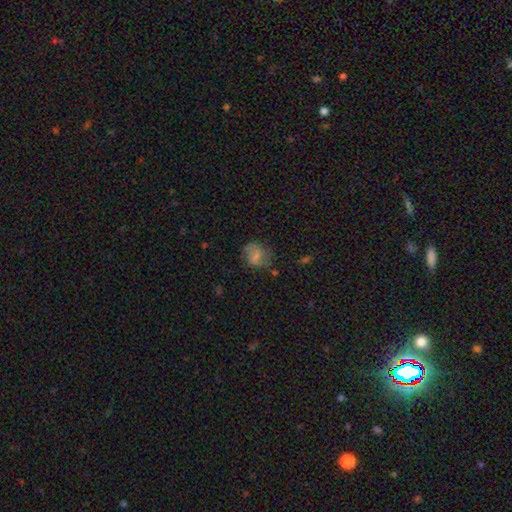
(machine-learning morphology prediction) smooth-or-featured: smooth: 61% | featured or disk: 28% | star or artifact: 11%
  how-rounded: round: 52% | in between: 47% | cigar-shaped: 1%
  merging: none: 57% | minor disturbance: 25% | major disturbance: 15% | merger: 3%